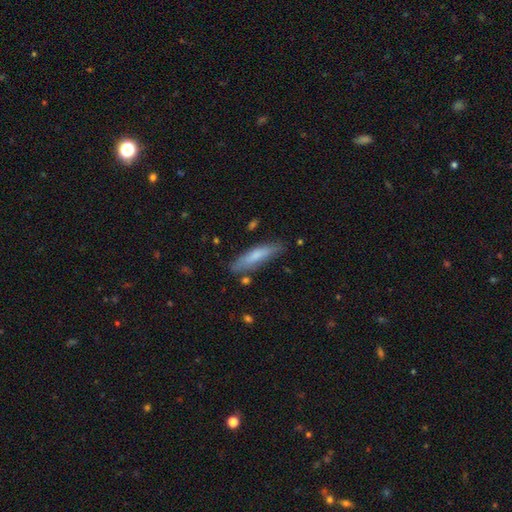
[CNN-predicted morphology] Smooth or featured? smooth (70%)
How rounded? cigar-shaped (75%)
Merging? none (79%)